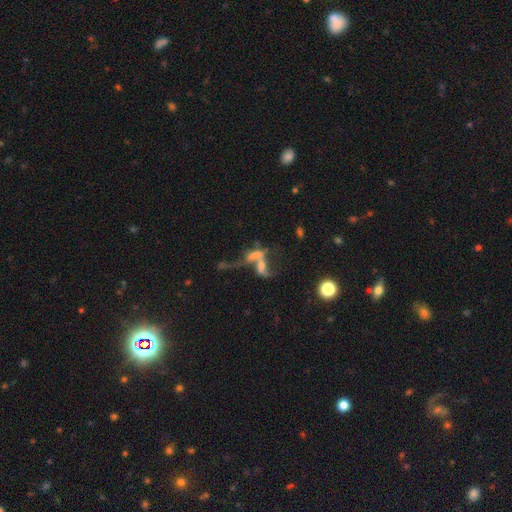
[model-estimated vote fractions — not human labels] Morphology: type=featured or disk (53%); edge-on=no (88%); merging=merger (62%).